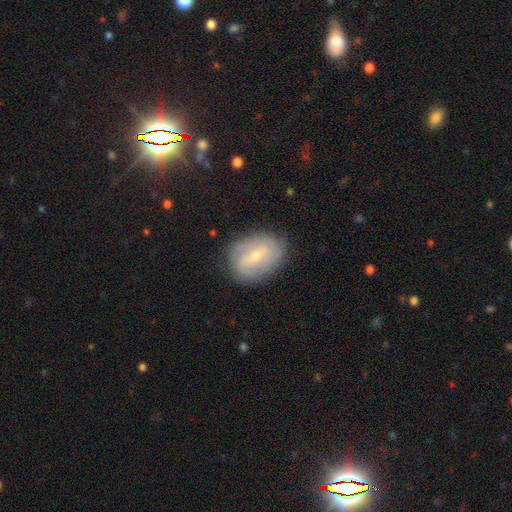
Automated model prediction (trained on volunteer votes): Smooth or featured?
  - featured or disk: 63% *
  - smooth: 30%
  - star or artifact: 8%
Edge-on disk?
  - no: 96% *
  - yes: 4%
Bar?
  - weak: 54% *
  - no: 26%
  - strong: 20%
Spiral arms?
  - yes: 81% *
  - no: 19%
Bulge size?
  - small: 63% *
  - moderate: 33%
  - none: 2%
  - large: 1%
  - dominant: 1%
Merging?
  - none: 77% *
  - minor disturbance: 17%
  - major disturbance: 5%
  - merger: 1%